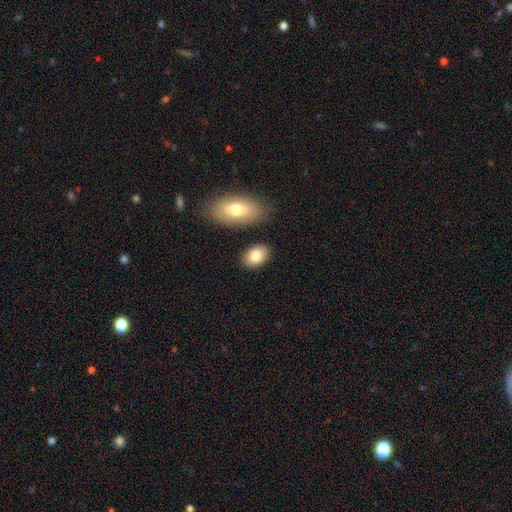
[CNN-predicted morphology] A smooth galaxy with no disk features (79%) that is in between round and cigar-shaped (82%). Merging: none (81%).